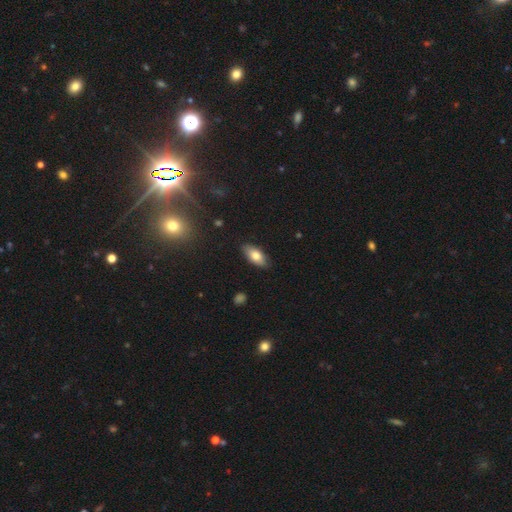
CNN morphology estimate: Smooth or featured: smooth — 76% (featured or disk — 17%)
How rounded: in between — 87% (cigar-shaped — 11%)
Merging: none — 86% (minor disturbance — 11%)